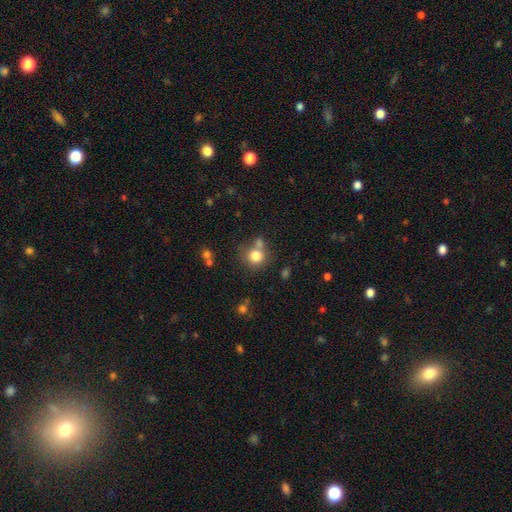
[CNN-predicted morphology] Overall: smooth (80%). How rounded: round (87%). Merging: none (59%; merger 25%).